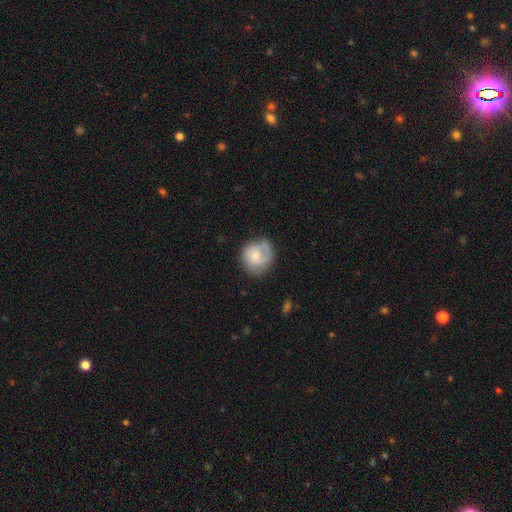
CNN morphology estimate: Smooth or featured? Predicted: smooth (p=0.61). How rounded? Predicted: round (p=0.83). Merging? Predicted: none (p=0.57).